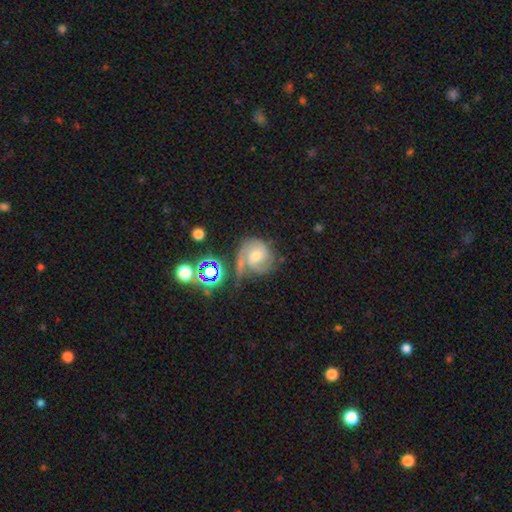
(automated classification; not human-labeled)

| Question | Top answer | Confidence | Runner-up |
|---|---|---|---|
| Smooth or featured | featured or disk | 68% | smooth (19%) |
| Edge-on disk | no | 97% | yes (3%) |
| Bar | no | 57% | weak (34%) |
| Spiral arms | yes | 92% | no (8%) |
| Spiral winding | tight | 47% | medium (40%) |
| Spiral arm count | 2 | 45% | 1 (18%) |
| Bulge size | moderate | 58% | small (33%) |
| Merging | none | 48% | minor disturbance (22%) |